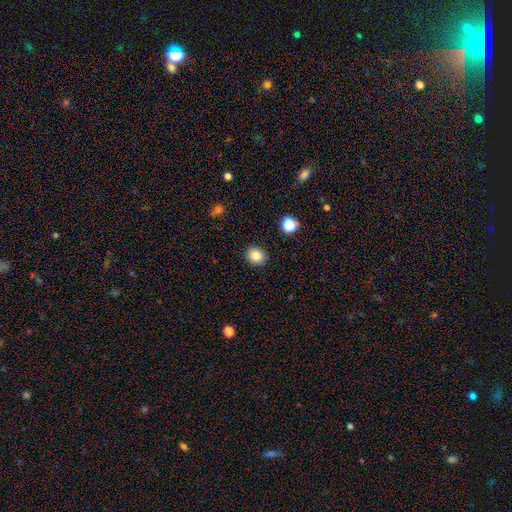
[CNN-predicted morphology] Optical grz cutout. It shows a smooth galaxy with no disk features (84%) that is round (76%). Merging: none (90%).